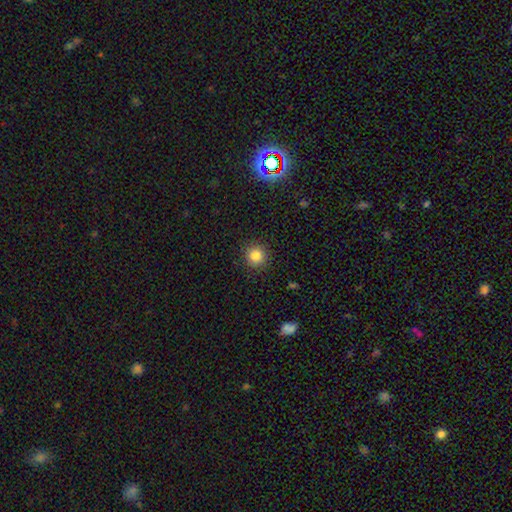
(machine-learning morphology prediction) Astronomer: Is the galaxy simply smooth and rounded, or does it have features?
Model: smooth — 83%.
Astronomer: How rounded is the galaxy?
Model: round — 94%.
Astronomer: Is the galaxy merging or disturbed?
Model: none — 91%.